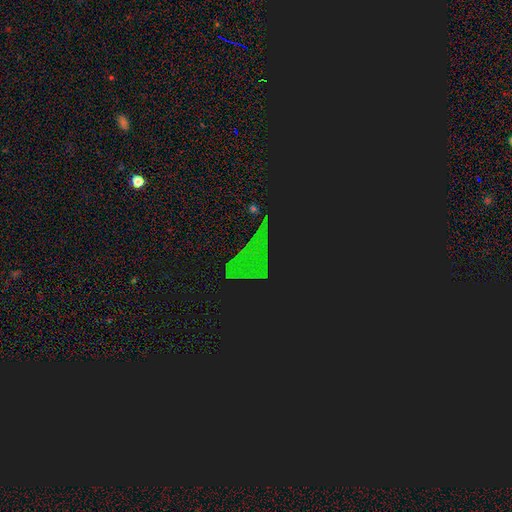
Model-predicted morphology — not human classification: Q: Smooth or featured?
A: star or artifact (76%); runner-up: smooth (13%)